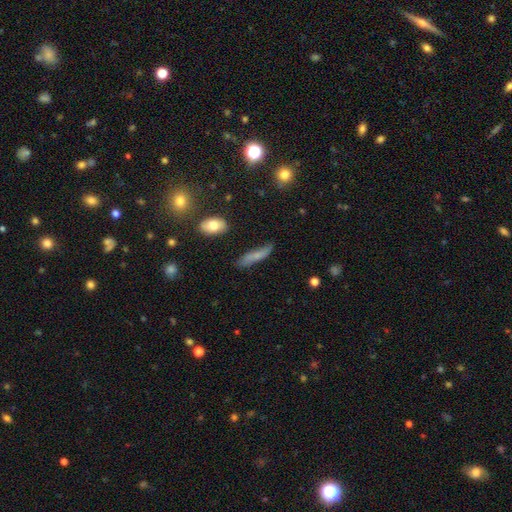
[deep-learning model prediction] A smooth galaxy with no disk features (64%) that is cigar-shaped (75%). Merging: none (70%).